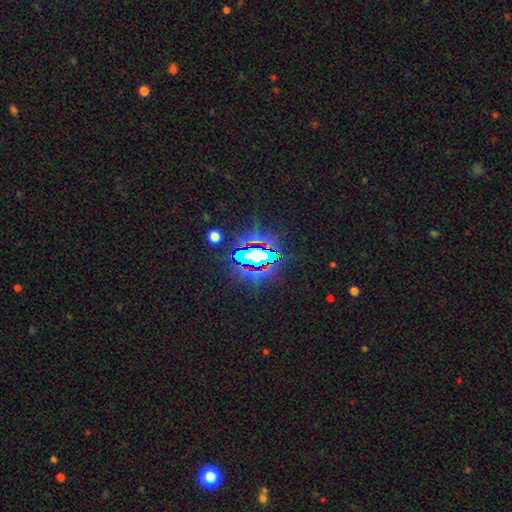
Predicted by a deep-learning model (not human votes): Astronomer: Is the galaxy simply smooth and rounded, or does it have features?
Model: star or artifact — 70%.